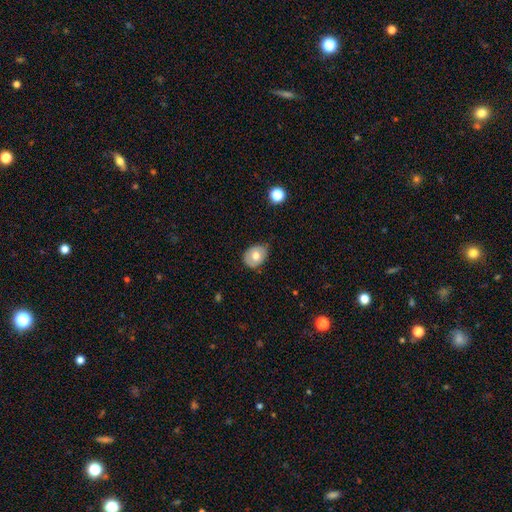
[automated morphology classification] Smooth or featured: smooth — 67% (featured or disk — 25%)
How rounded: in between — 55% (round — 44%)
Merging: none — 74% (minor disturbance — 21%)